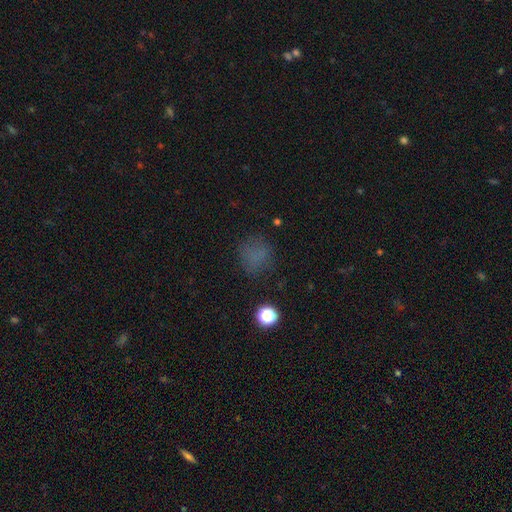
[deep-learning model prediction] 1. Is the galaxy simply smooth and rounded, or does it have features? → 68% smooth, 23% star or artifact, 9% featured or disk.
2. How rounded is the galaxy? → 79% round, 19% in between, 1% cigar-shaped.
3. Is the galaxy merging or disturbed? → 73% none, 16% minor disturbance, 9% major disturbance, 2% merger.